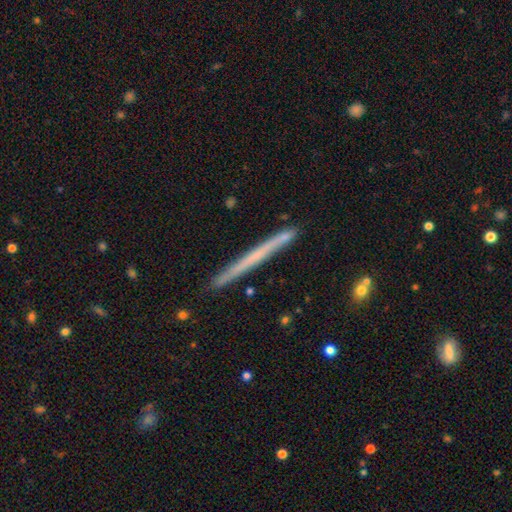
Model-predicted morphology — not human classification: smooth-or-featured: featured or disk: 49% | smooth: 45% | star or artifact: 6%
  merging: none: 90% | minor disturbance: 7% | merger: 2% | major disturbance: 1%